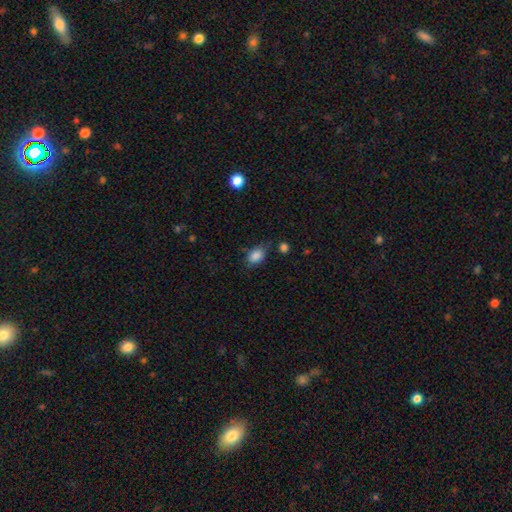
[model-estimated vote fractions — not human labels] Morphology: type=smooth (86%); roundness=in between (78%); merging=none (65%).